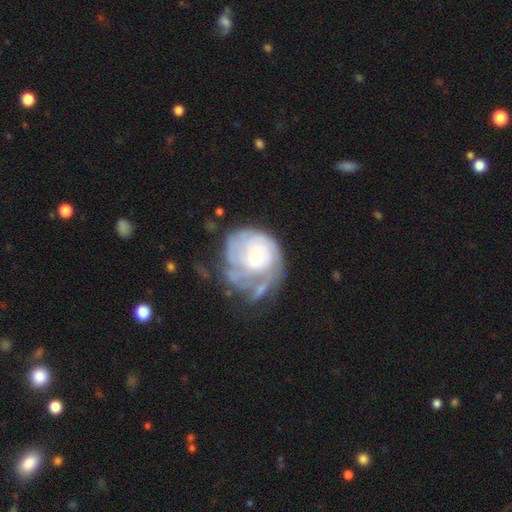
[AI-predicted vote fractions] featured or disk 73%, smooth 20%, star or artifact 7%. Down the decision tree: edge-on disk — no (98%); bar — no (79%); spiral arms — yes (79%); spiral arm count — can't tell (54%); spiral winding — tight (69%); bulge size — small (61%); merging — none (35%).